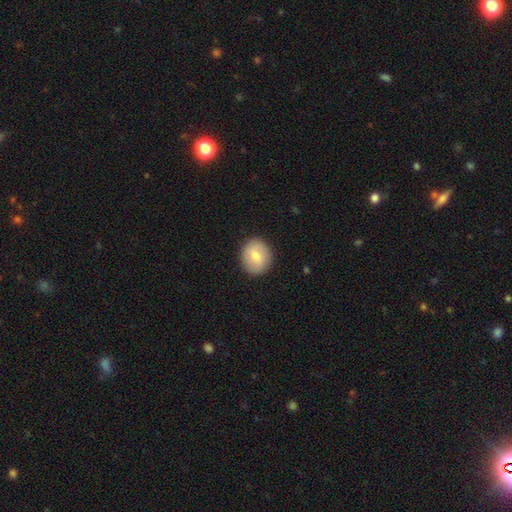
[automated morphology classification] A smooth galaxy with no disk features (72%) that is round (73%).

Vote fractions:
- Smooth or featured? smooth: 72% / featured or disk: 21% / star or artifact: 7%
- How rounded? round: 73% / in between: 26% / cigar-shaped: 1%
- Merging? none: 89% / minor disturbance: 8% / major disturbance: 2% / merger: 1%